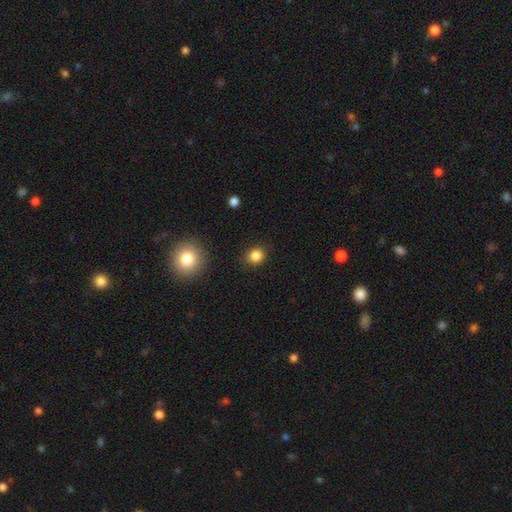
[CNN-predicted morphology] Overall: smooth (85%). How rounded: round (77%). Merging: none (88%).